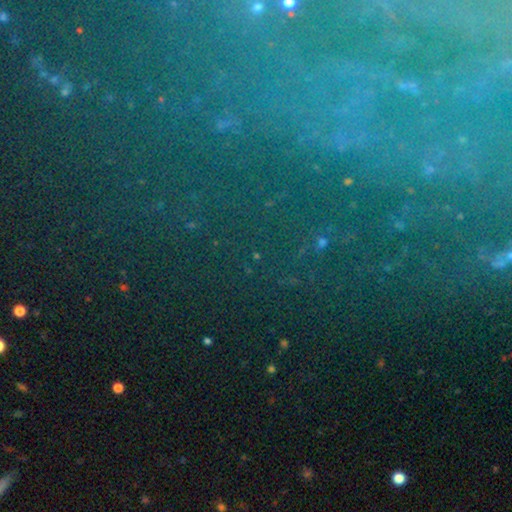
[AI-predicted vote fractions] A star or artifact, not a galaxy (65%).

Vote fractions:
- Smooth or featured? star or artifact: 65% / featured or disk: 19% / smooth: 16%